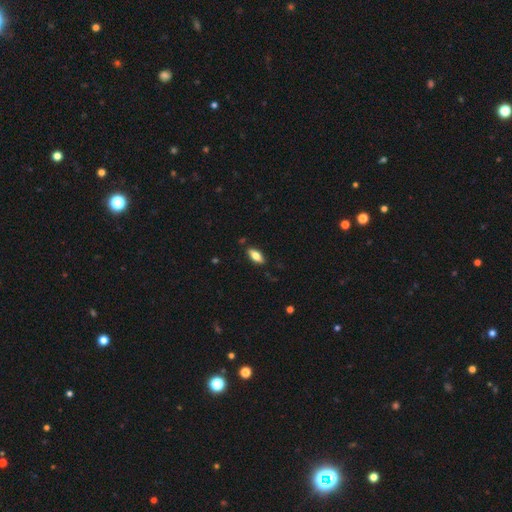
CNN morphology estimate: Q: Smooth or featured?
A: smooth (75%); runner-up: featured or disk (19%)
Q: How rounded?
A: in between (83%); runner-up: cigar-shaped (15%)
Q: Merging?
A: none (86%); runner-up: minor disturbance (11%)